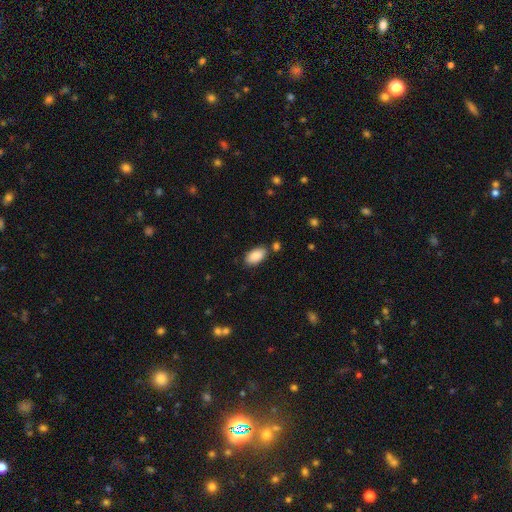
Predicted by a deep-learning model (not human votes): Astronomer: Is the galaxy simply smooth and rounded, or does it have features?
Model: smooth — 89%.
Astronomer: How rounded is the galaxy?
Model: in between — 95%.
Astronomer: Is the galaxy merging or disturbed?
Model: none — 78%.